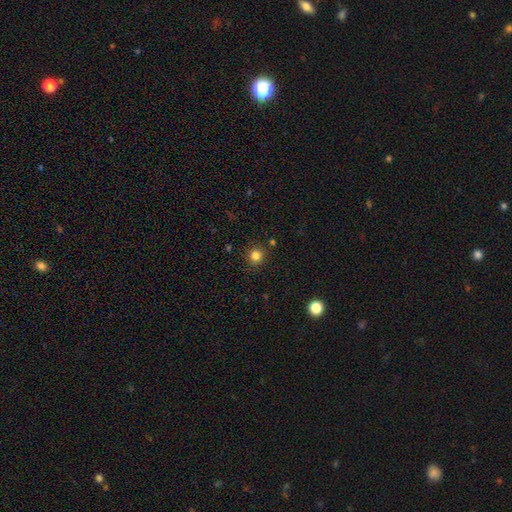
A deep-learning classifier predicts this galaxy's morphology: Smooth or featured?
  - smooth: 82% *
  - star or artifact: 13%
  - featured or disk: 5%
How rounded?
  - round: 91% *
  - in between: 8%
  - cigar-shaped: 1%
Merging?
  - none: 88% *
  - minor disturbance: 8%
  - merger: 2%
  - major disturbance: 2%